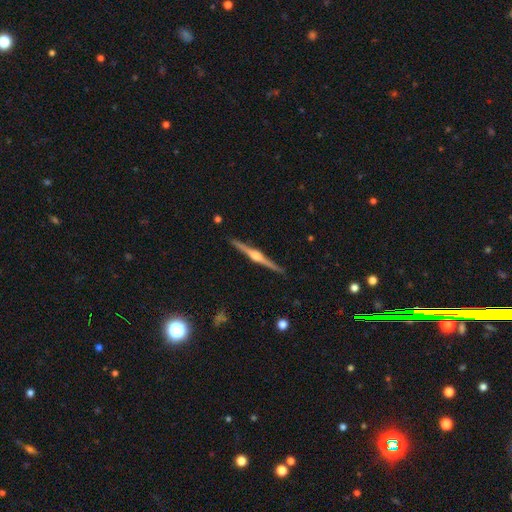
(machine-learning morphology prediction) A featured or disk galaxy (86%) viewed edge-on (99%) with a rounded central bulge (92%). Merging: none (92%).